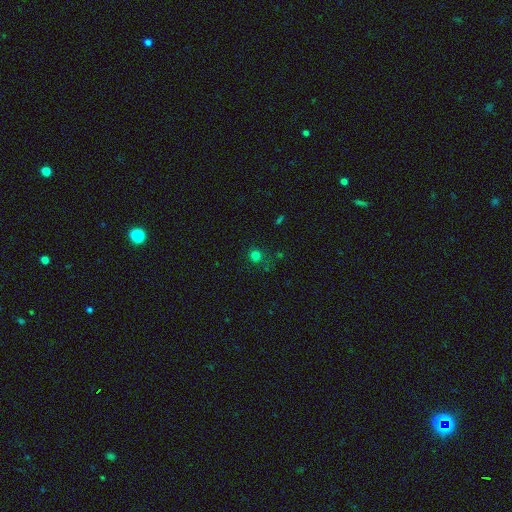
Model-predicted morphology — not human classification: A smooth galaxy with no disk features (74%) that is round (90%). Merging: none (81%).